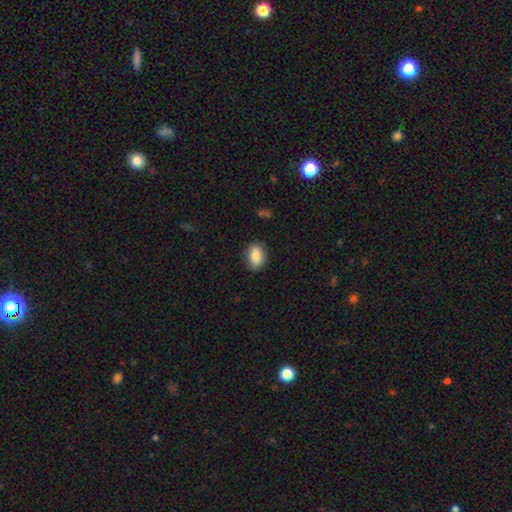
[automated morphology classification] smooth 84%, featured or disk 9%, star or artifact 7%. Down the decision tree: how rounded — in between (84%); merging — none (84%).